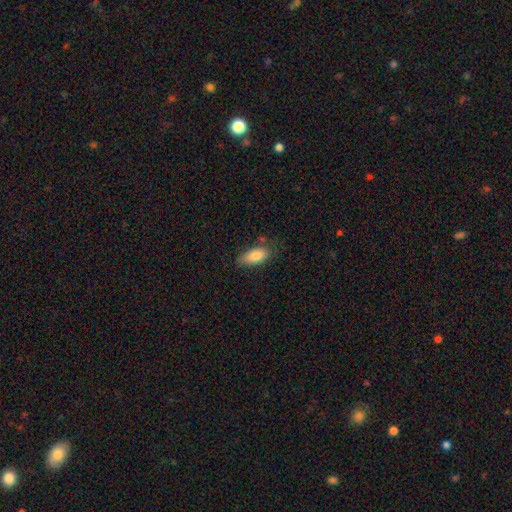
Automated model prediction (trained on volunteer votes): Q: Smooth or featured?
A: smooth (82%); runner-up: featured or disk (11%)
Q: How rounded?
A: in between (87%); runner-up: cigar-shaped (10%)
Q: Merging?
A: none (72%); runner-up: minor disturbance (20%)